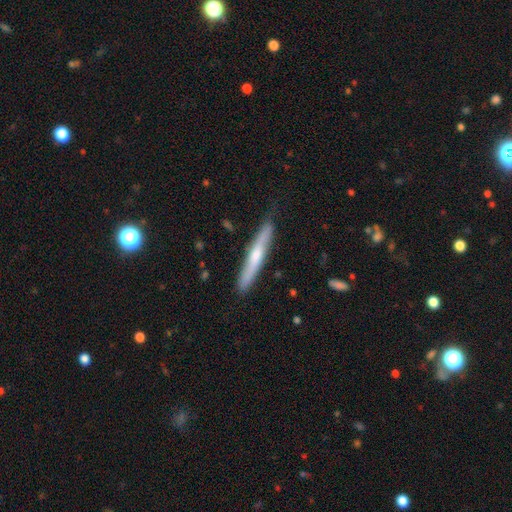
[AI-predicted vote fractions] The model was most divided on "smooth or featured" (2-way tie): featured or disk: 47%, smooth: 47%, star or artifact: 6%. More confident: merging — none (82%).